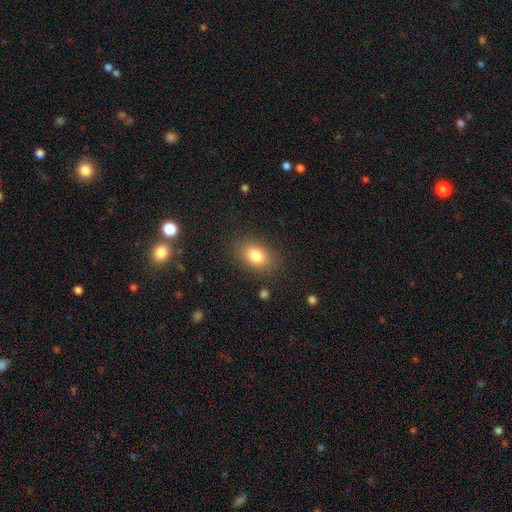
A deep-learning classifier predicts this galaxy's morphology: Smooth or featured?
  - smooth: 81% *
  - star or artifact: 10%
  - featured or disk: 9%
How rounded?
  - in between: 79% *
  - round: 19%
  - cigar-shaped: 2%
Merging?
  - none: 84% *
  - minor disturbance: 11%
  - major disturbance: 4%
  - merger: 1%